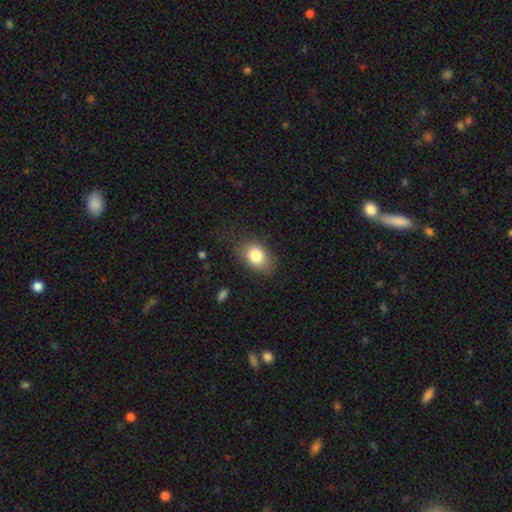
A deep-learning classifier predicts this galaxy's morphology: The model was most divided on "how rounded": in between: 73%, round: 25%, cigar-shaped: 1%. More confident: smooth or featured — smooth (82%); merging — none (70%).